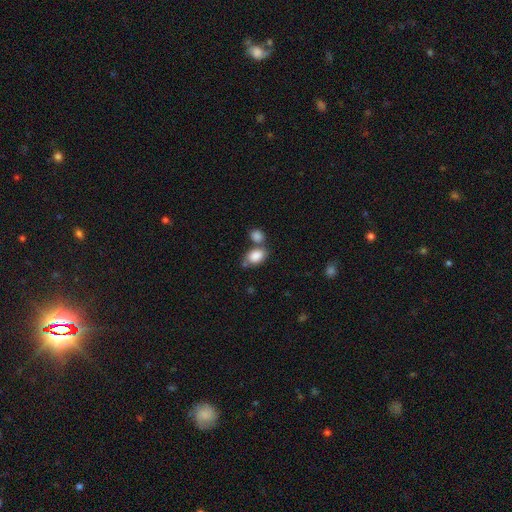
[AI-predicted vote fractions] Morphology: type=smooth (86%); roundness=in between (80%); merging=none (46%).